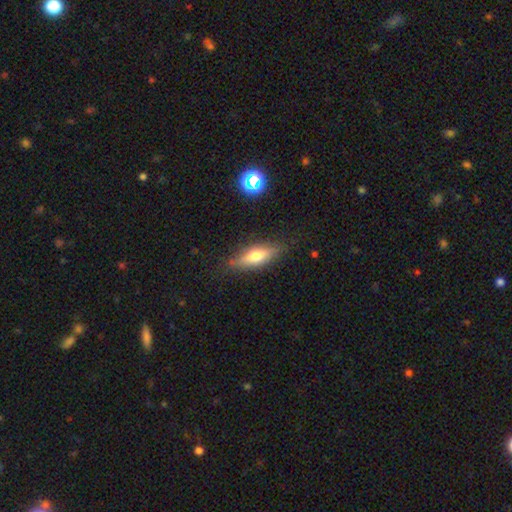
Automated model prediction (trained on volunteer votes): smooth_or_featured: smooth (p=0.53) [alt: featured or disk p=0.40]
how_rounded: in between (p=0.49) [alt: cigar-shaped p=0.48]
merging: none (p=0.82) [alt: minor disturbance p=0.14]